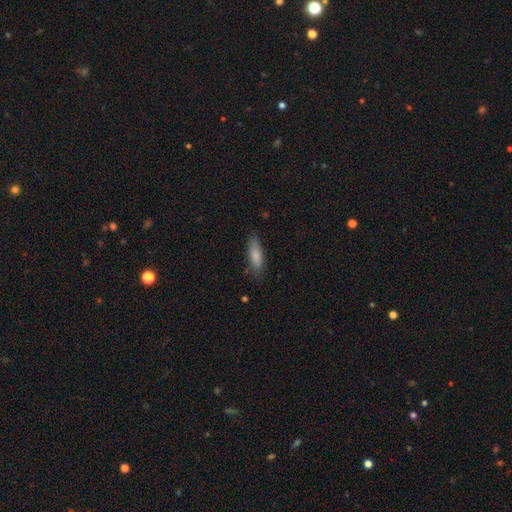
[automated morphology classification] Overall: smooth (81%). How rounded: in between (50%; cigar-shaped 48%). Merging: none (77%).